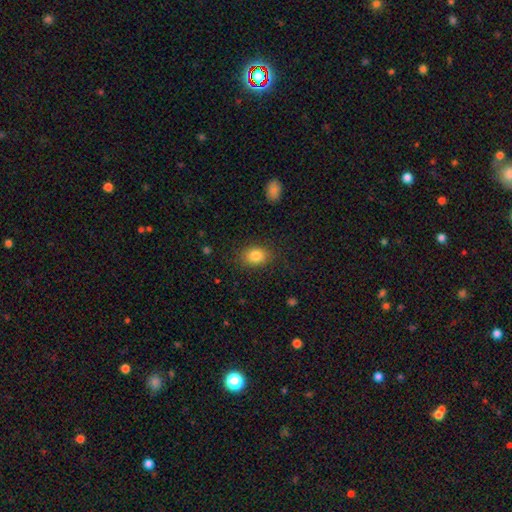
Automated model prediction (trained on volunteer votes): smooth 85%, star or artifact 9%, featured or disk 6%. Down the decision tree: how rounded — in between (67%); merging — none (83%).